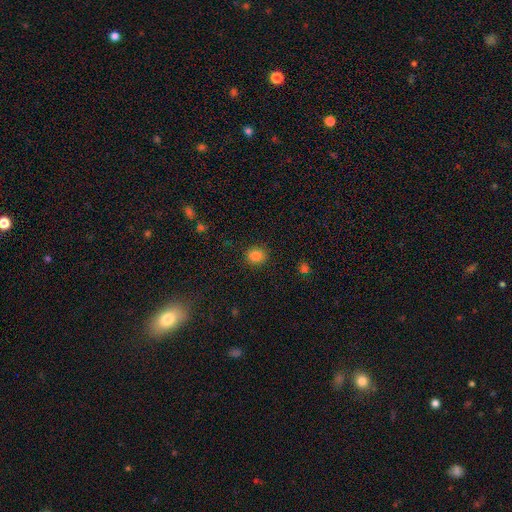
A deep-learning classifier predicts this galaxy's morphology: smooth_or_featured: smooth (p=0.84) [alt: star or artifact p=0.11]
how_rounded: round (p=0.83) [alt: in between p=0.16]
merging: none (p=0.89) [alt: minor disturbance p=0.07]